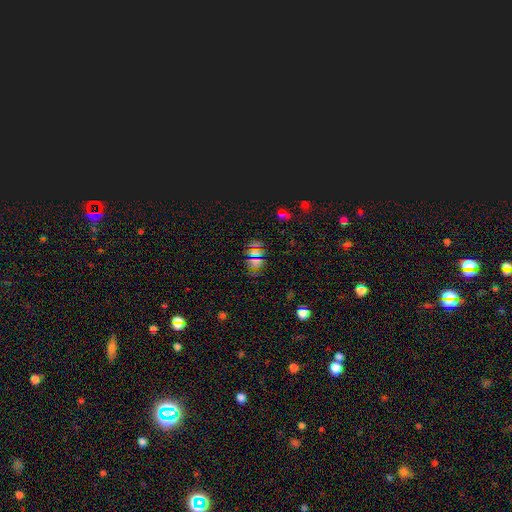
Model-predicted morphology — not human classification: Smooth or featured? smooth (48%)
Merging? none (74%)